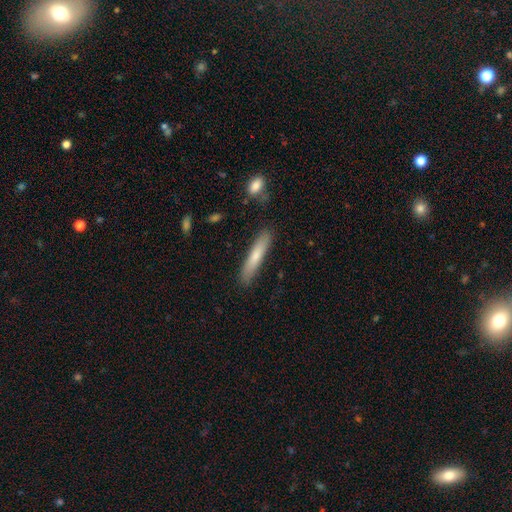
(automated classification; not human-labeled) Overall: smooth (71%). How rounded: cigar-shaped (89%). Merging: none (84%).